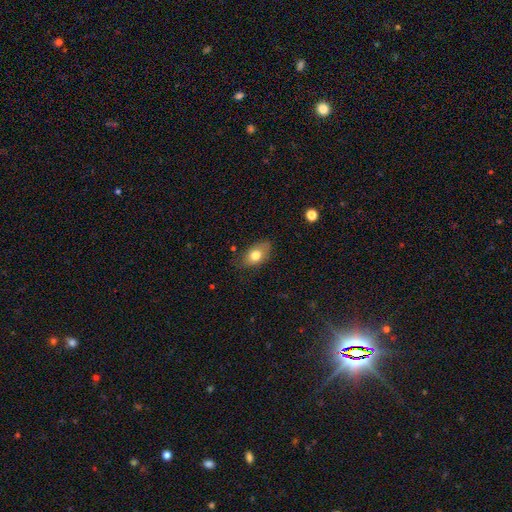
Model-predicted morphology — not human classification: The model was most divided on "merging": none: 73%, minor disturbance: 21%, major disturbance: 4%, merger: 2%. More confident: how rounded — in between (87%); smooth or featured — smooth (76%).